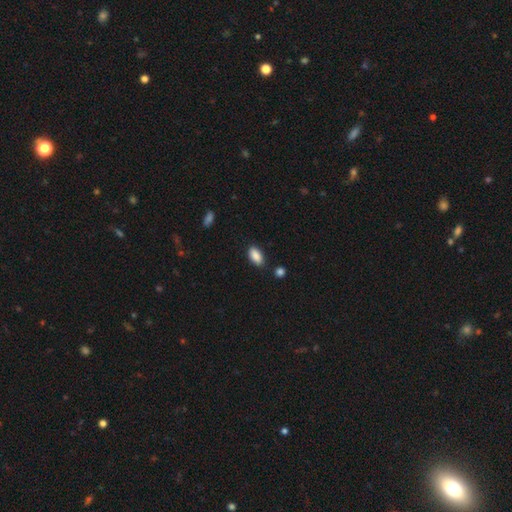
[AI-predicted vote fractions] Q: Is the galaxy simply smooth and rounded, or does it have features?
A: smooth — 89%.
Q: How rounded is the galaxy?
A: in between — 92%.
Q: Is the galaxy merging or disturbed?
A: none — 83%.